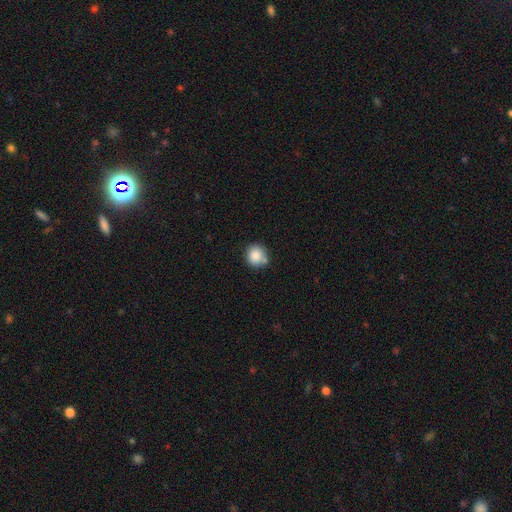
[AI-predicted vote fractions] Smooth or featured? Predicted: smooth (p=0.84). How rounded? Predicted: round (p=0.90). Merging? Predicted: none (p=0.70).